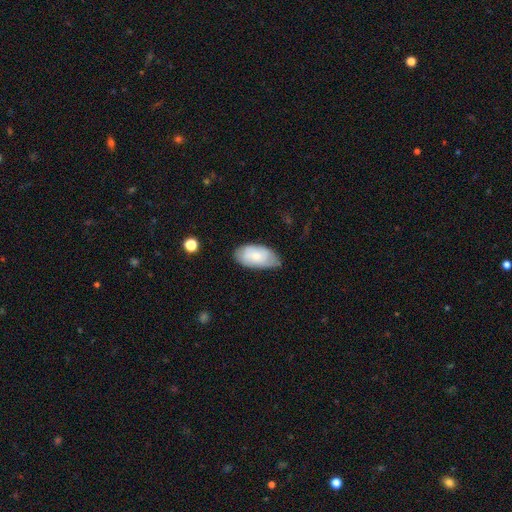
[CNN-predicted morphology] smooth_or_featured: smooth (p=0.69) [alt: featured or disk p=0.25]
how_rounded: in between (p=0.95) [alt: round p=0.03]
merging: none (p=0.66) [alt: minor disturbance p=0.28]